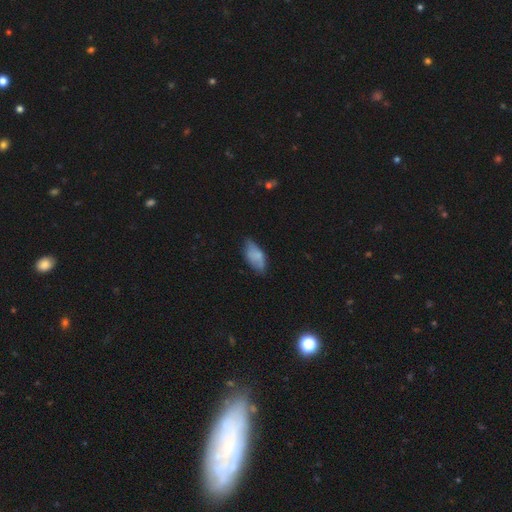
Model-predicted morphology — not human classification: type=smooth (73%); roundness=in between (89%); merging=none (58%).